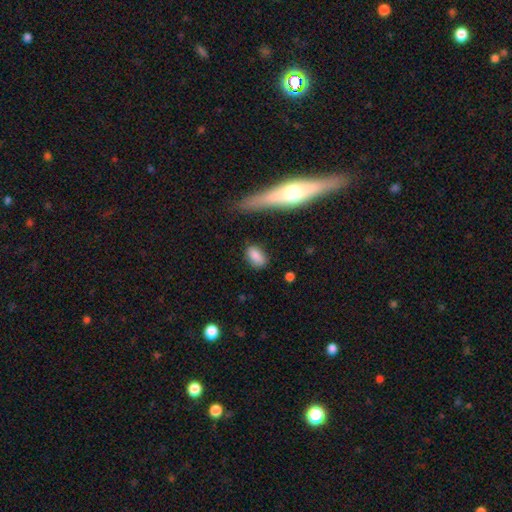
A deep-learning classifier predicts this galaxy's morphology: This is clearly a smooth galaxy (84%). How rounded: clearly in between (86%). Merging: likely none (78%).